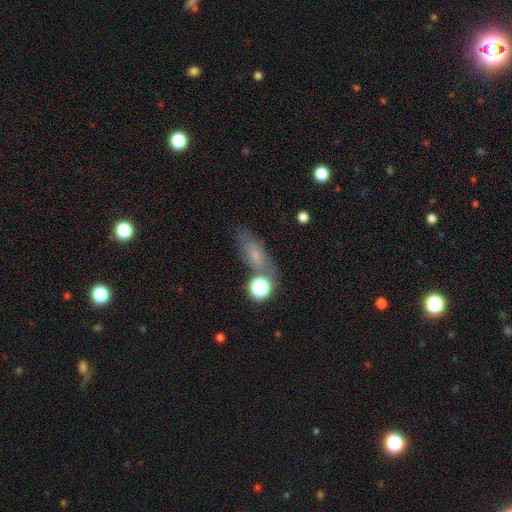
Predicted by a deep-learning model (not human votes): Smooth or featured: smooth — 50% (featured or disk — 31%)
Merging: none — 60% (minor disturbance — 20%)